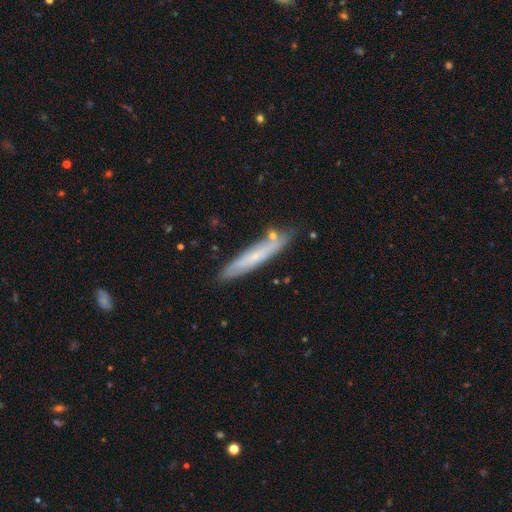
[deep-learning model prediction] Q: Smooth or featured?
A: smooth (52%); runner-up: featured or disk (41%)
Q: How rounded?
A: cigar-shaped (93%); runner-up: in between (5%)
Q: Merging?
A: none (82%); runner-up: minor disturbance (12%)